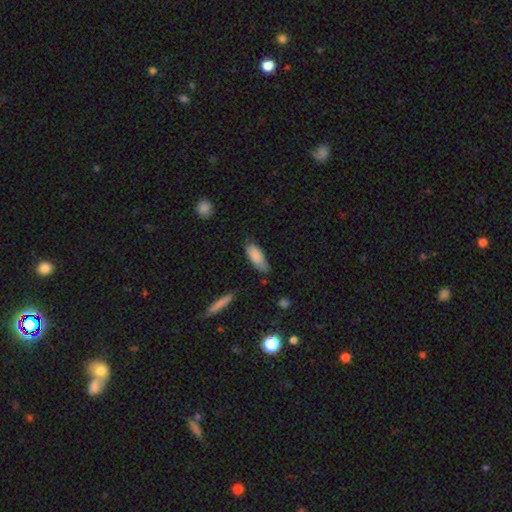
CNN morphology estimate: The model was most divided on "merging": none: 68%, minor disturbance: 25%, major disturbance: 5%, merger: 2%. More confident: smooth or featured — smooth (84%); how rounded — in between (75%).